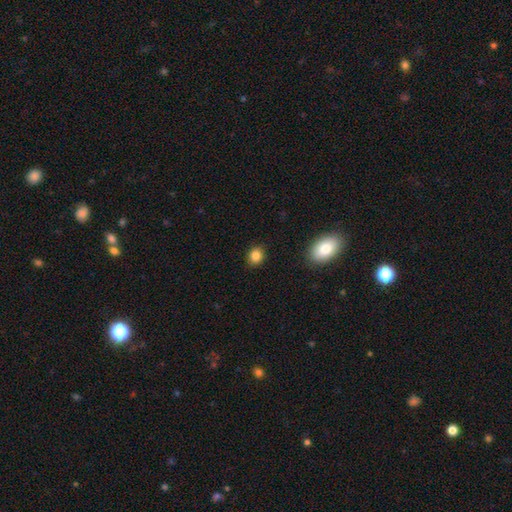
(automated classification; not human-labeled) Smooth or featured?
  - smooth: 84% *
  - star or artifact: 11%
  - featured or disk: 5%
How rounded?
  - round: 71% *
  - in between: 27%
  - cigar-shaped: 1%
Merging?
  - none: 87% *
  - minor disturbance: 10%
  - major disturbance: 2%
  - merger: 1%